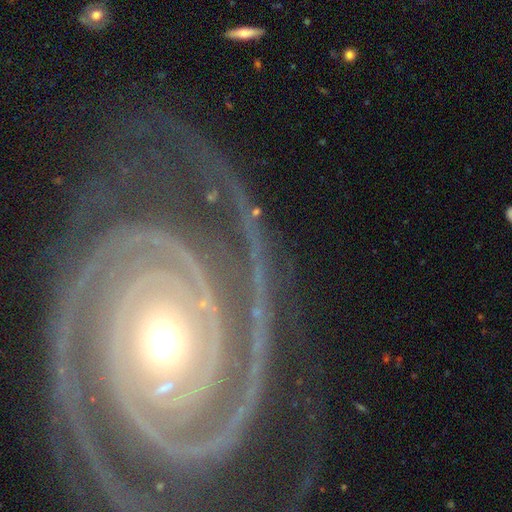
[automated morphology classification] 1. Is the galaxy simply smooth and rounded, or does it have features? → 94% featured or disk, 4% star or artifact, 3% smooth.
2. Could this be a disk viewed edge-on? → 97% no, 3% yes.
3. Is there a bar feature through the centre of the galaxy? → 74% no, 14% strong, 13% weak.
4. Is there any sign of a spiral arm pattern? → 99% yes, 1% no.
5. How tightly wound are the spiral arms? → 82% tight, 15% medium, 3% loose.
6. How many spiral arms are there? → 72% 2, 9% 3, 6% can't tell, 5% 4, 4% more than 4, 4% 1.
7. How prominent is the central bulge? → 62% moderate, 30% small, 5% large, 1% dominant, 1% none.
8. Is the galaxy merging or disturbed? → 74% none, 13% minor disturbance, 10% major disturbance, 2% merger.